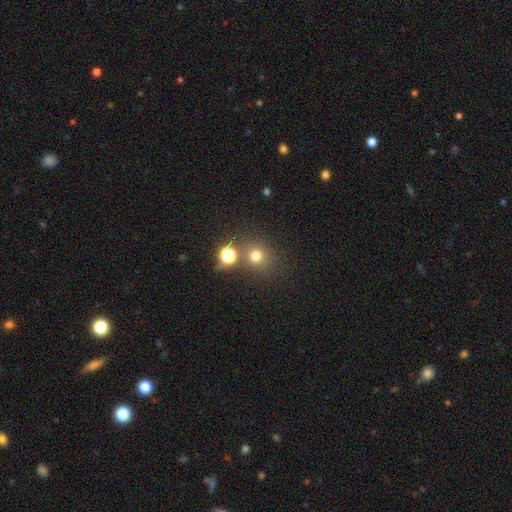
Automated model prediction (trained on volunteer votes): smooth 71%, star or artifact 21%, featured or disk 8%. Down the decision tree: how rounded — round (87%); merging — none (72%).